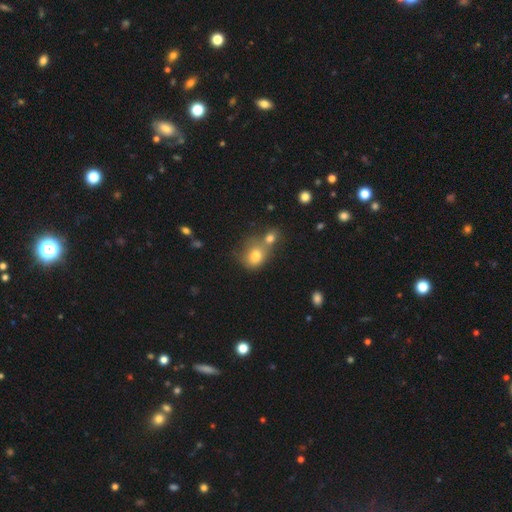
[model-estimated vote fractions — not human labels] This is likely a smooth galaxy (76%). How rounded: likely round (66%). Merging: possibly merger (46%).